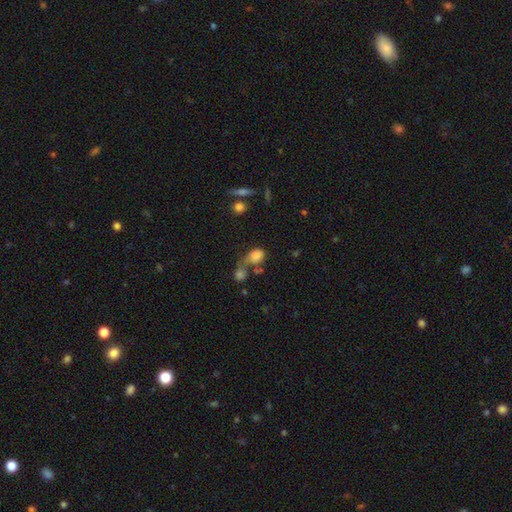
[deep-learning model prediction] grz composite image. It shows a smooth galaxy with no disk features (79%) that is in between round and cigar-shaped (68%). Merging: merger (43%).